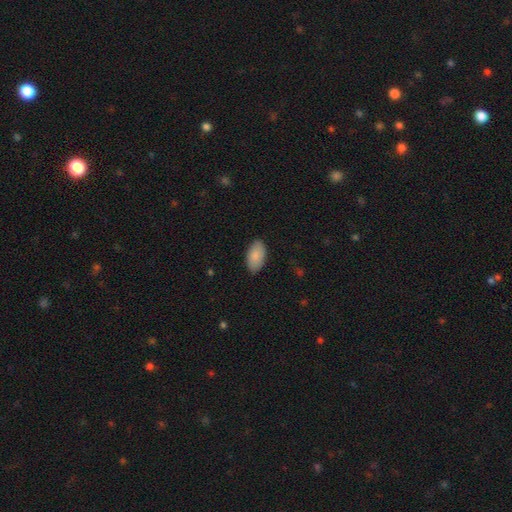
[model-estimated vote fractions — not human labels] Smooth or featured: smooth — 87% (featured or disk — 7%)
How rounded: in between — 95% (round — 3%)
Merging: none — 85% (minor disturbance — 11%)